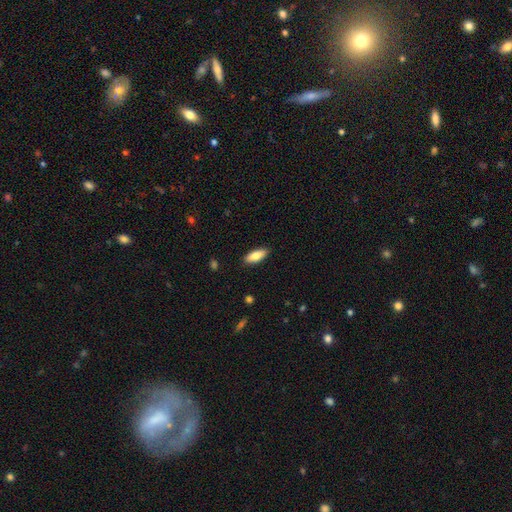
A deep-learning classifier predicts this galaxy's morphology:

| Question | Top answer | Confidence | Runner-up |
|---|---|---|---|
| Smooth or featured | smooth | 82% | featured or disk (12%) |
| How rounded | in between | 73% | cigar-shaped (25%) |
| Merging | none | 88% | minor disturbance (9%) |